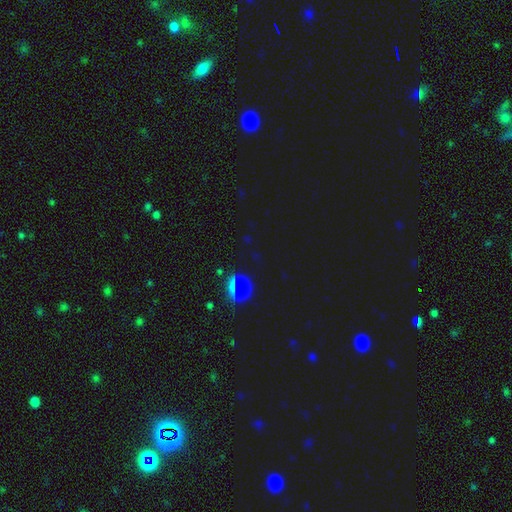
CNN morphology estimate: A star or artifact, not a galaxy (76%).

Vote fractions:
- Smooth or featured? star or artifact: 76% / smooth: 17% / featured or disk: 7%